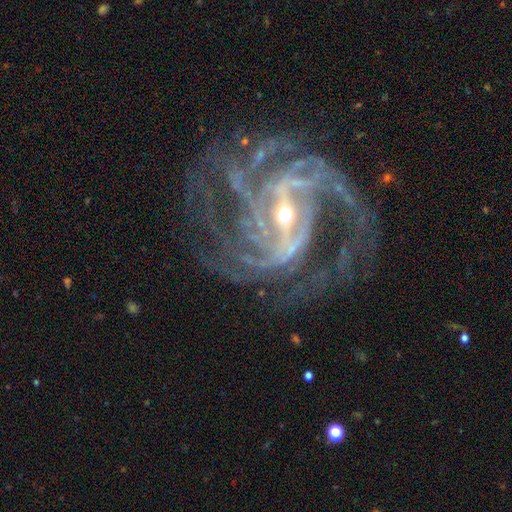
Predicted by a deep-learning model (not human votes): Smooth or featured: featured or disk — 92% (star or artifact — 6%)
Edge-on disk: no — 97% (yes — 3%)
Bar: strong — 58% (weak — 31%)
Spiral arms: yes — 98% (no — 2%)
Spiral winding: medium — 49% (tight — 38%)
Spiral arm count: 3 — 22% (4 — 21%)
Bulge size: small — 62% (moderate — 34%)
Merging: none — 62% (major disturbance — 20%)